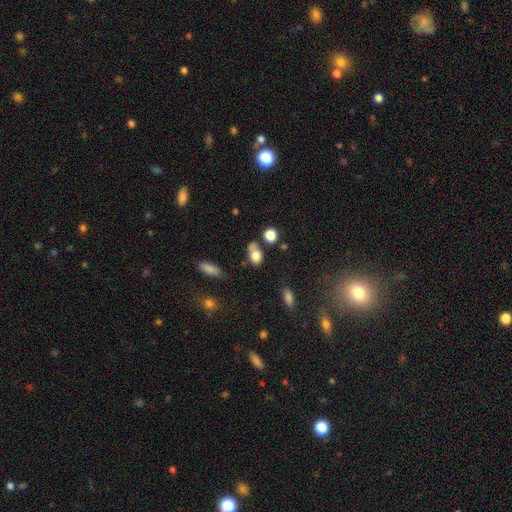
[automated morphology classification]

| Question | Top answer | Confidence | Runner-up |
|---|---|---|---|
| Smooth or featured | smooth | 79% | featured or disk (11%) |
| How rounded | in between | 66% | round (31%) |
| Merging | none | 38% | merger (33%) |